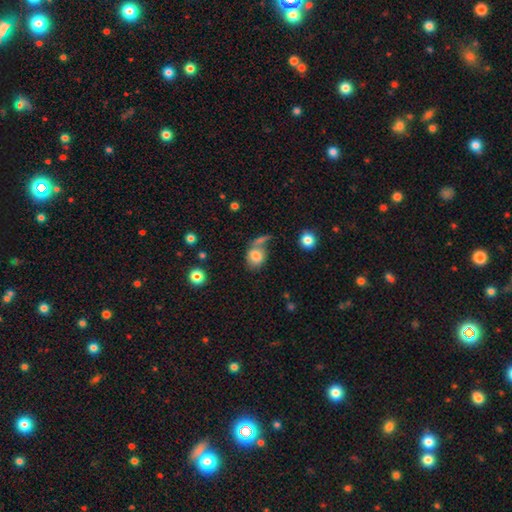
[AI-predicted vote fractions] This is likely a smooth galaxy (79%). How rounded: possibly round (49%, tied with in between). Merging: possibly none (47%).